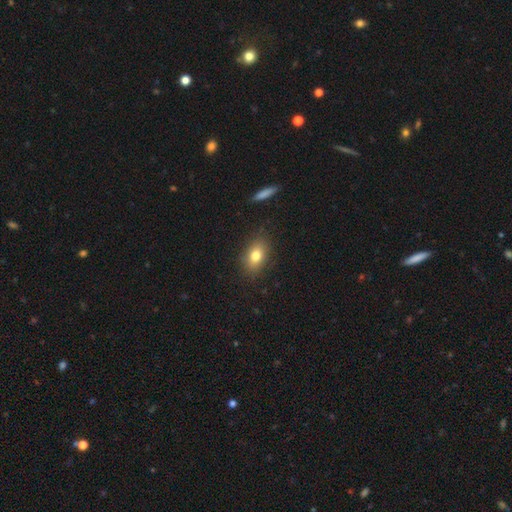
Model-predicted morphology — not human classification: Q: Smooth or featured?
A: smooth (78%); runner-up: featured or disk (12%)
Q: How rounded?
A: in between (80%); runner-up: round (17%)
Q: Merging?
A: none (85%); runner-up: minor disturbance (10%)